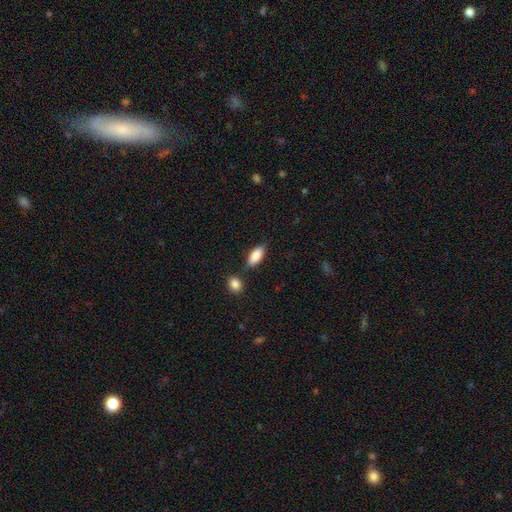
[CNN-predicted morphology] smooth 86%, featured or disk 7%, star or artifact 6%. Down the decision tree: how rounded — in between (86%); merging — none (74%).